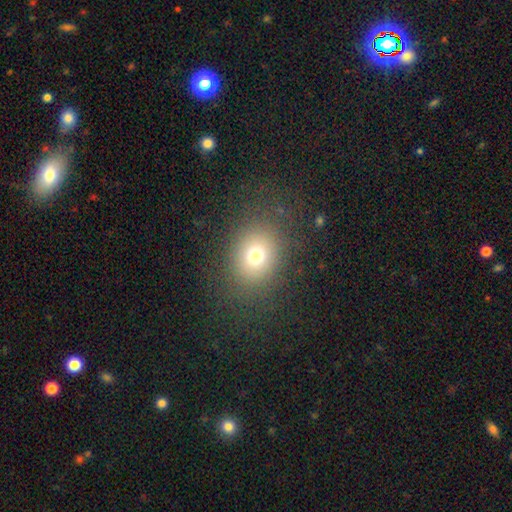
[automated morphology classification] This appears to be a smooth galaxy with no disk features (72%) that is round (55%). Merging: none (81%).